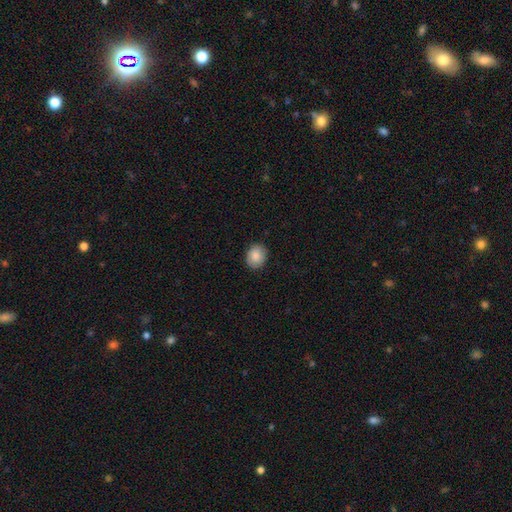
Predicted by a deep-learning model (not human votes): Morphology: type=smooth (86%); roundness=round (57%); merging=none (88%).